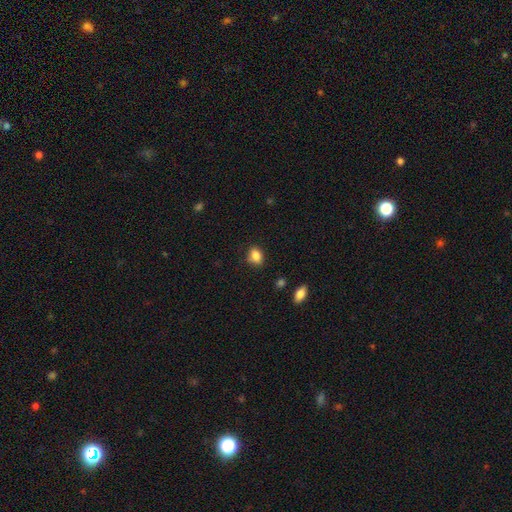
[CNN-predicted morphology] smooth-or-featured: smooth: 85% | star or artifact: 9% | featured or disk: 5%
  how-rounded: in between: 64% | round: 35% | cigar-shaped: 1%
  merging: none: 80% | minor disturbance: 15% | major disturbance: 3% | merger: 2%